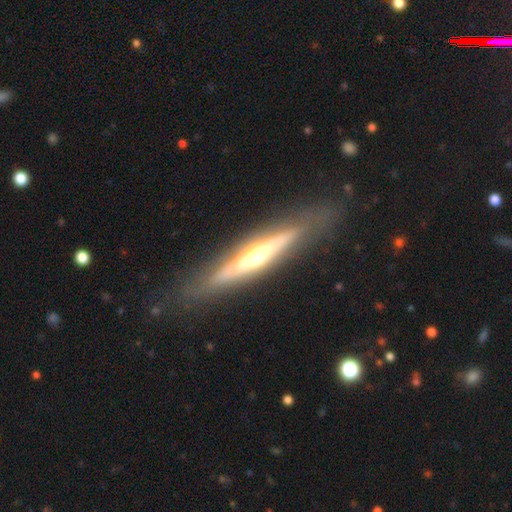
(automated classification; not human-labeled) A featured or disk galaxy (70%) viewed edge-on (90%) with a rounded central bulge (88%). Merging: none (82%).